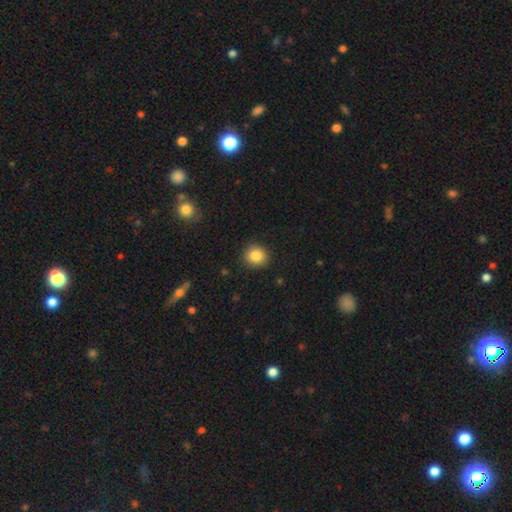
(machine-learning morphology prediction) A smooth galaxy with no disk features (85%) that is round (88%).

Vote fractions:
- Smooth or featured? smooth: 85% / star or artifact: 10% / featured or disk: 5%
- How rounded? round: 88% / in between: 11% / cigar-shaped: 1%
- Merging? none: 89% / minor disturbance: 8% / major disturbance: 2% / merger: 1%